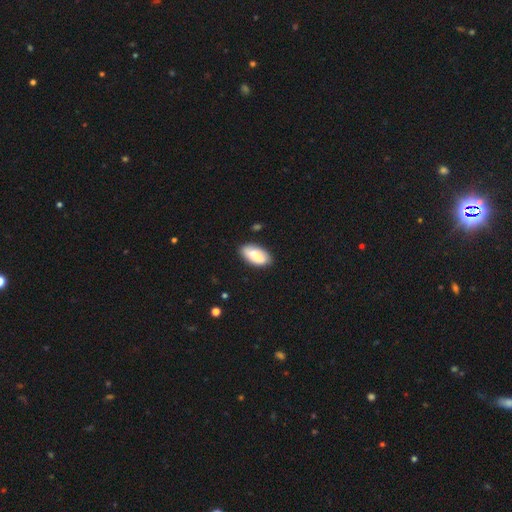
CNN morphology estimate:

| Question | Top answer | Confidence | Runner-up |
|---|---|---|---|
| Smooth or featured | smooth | 77% | featured or disk (16%) |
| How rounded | in between | 93% | cigar-shaped (5%) |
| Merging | none | 80% | minor disturbance (15%) |